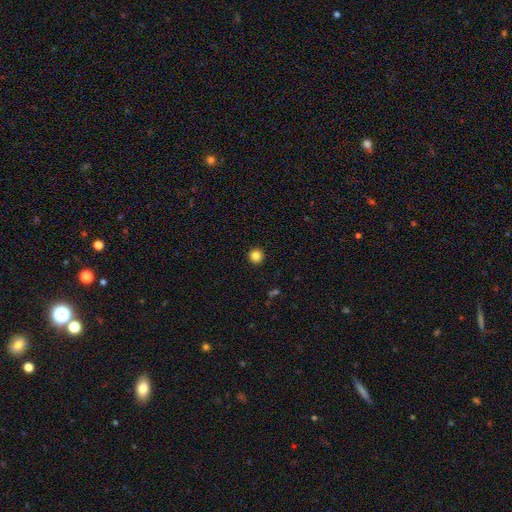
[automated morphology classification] A smooth galaxy with no disk features (85%) that is round (96%). Merging: none (93%).